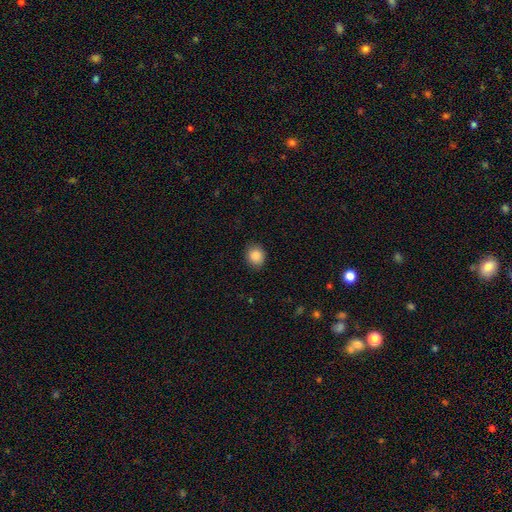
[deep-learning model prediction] smooth 88%, star or artifact 9%, featured or disk 3%. Down the decision tree: how rounded — round (75%); merging — none (88%).